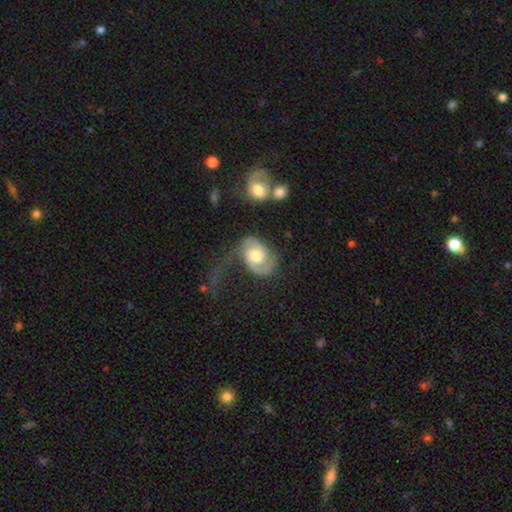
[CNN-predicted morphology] Smooth or featured: featured or disk — 81% (smooth — 13%)
Edge-on disk: no — 98% (yes — 2%)
Bar: no — 65% (weak — 29%)
Spiral arms: yes — 95% (no — 5%)
Spiral winding: medium — 44% (tight — 31%)
Spiral arm count: 2 — 82% (1 — 9%)
Bulge size: moderate — 64% (large — 22%)
Merging: none — 39% (major disturbance — 35%)